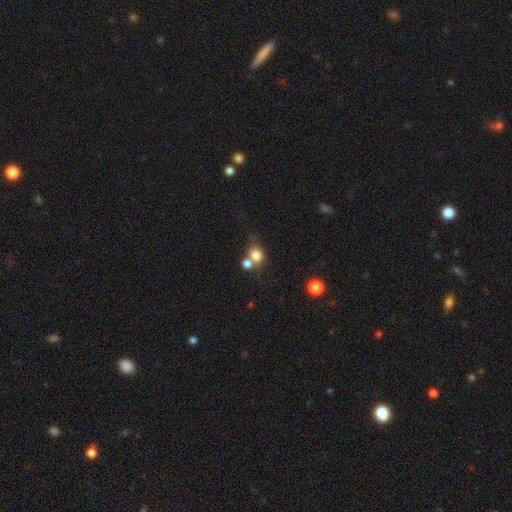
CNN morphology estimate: Smooth or featured?
  - smooth: 78% *
  - star or artifact: 11%
  - featured or disk: 11%
How rounded?
  - round: 62% *
  - in between: 37%
  - cigar-shaped: 1%
Merging?
  - merger: 44% *
  - none: 40%
  - minor disturbance: 11%
  - major disturbance: 5%